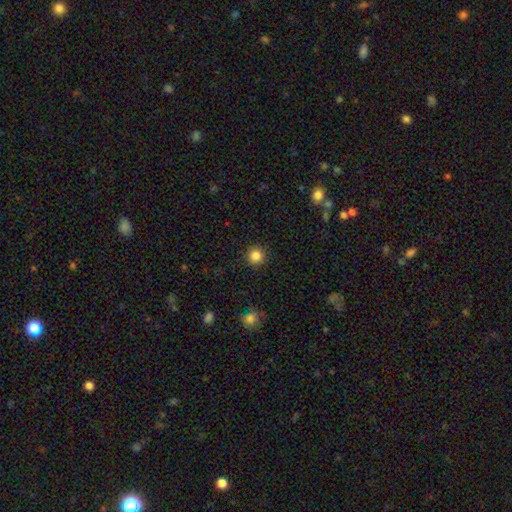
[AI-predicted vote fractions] smooth 85%, star or artifact 11%, featured or disk 4%. Down the decision tree: how rounded — round (95%); merging — none (92%).